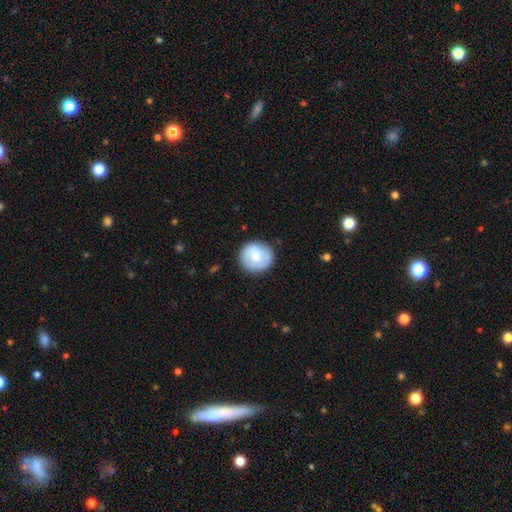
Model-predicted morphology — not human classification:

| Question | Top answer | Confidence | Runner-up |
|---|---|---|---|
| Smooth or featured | smooth | 71% | featured or disk (23%) |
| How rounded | round | 92% | in between (7%) |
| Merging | none | 84% | minor disturbance (12%) |